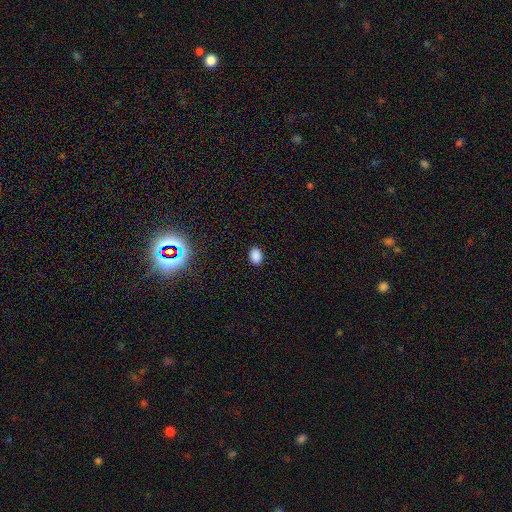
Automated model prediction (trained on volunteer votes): smooth_or_featured: smooth (p=0.85) [alt: star or artifact p=0.12]
how_rounded: in between (p=0.80) [alt: round p=0.18]
merging: none (p=0.89) [alt: minor disturbance p=0.08]